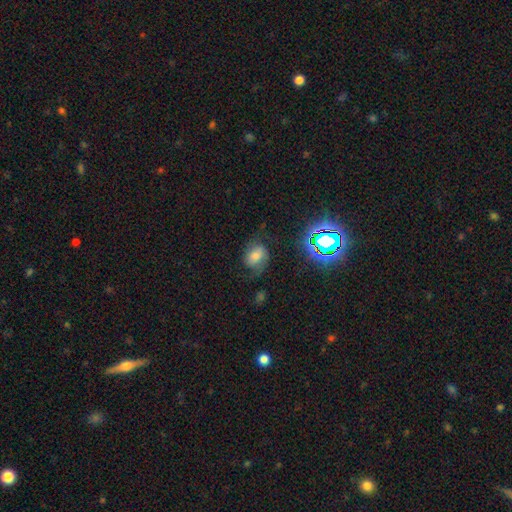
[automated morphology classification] smooth 43%, featured or disk 39%, star or artifact 19%. Down the decision tree: merging — none (59%).